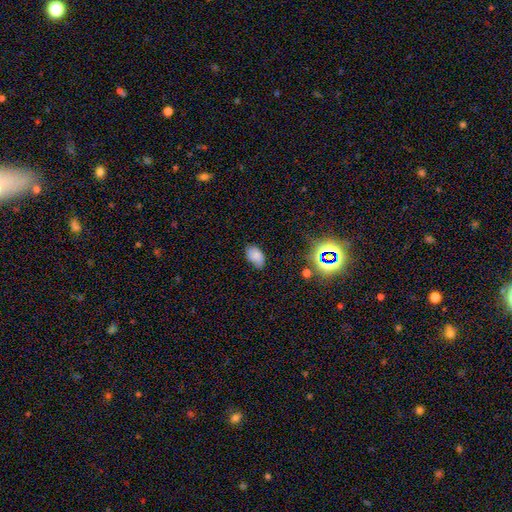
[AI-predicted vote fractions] Smooth or featured: smooth — 77% (star or artifact — 14%)
How rounded: in between — 90% (round — 8%)
Merging: none — 67% (minor disturbance — 26%)